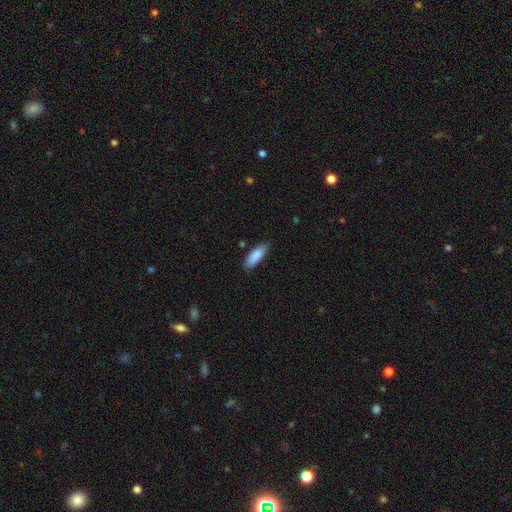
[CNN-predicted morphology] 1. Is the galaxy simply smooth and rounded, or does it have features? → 87% smooth, 7% featured or disk, 6% star or artifact.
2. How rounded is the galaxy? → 57% in between, 42% cigar-shaped, 1% round.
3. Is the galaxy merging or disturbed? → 80% none, 16% minor disturbance, 3% major disturbance, 2% merger.